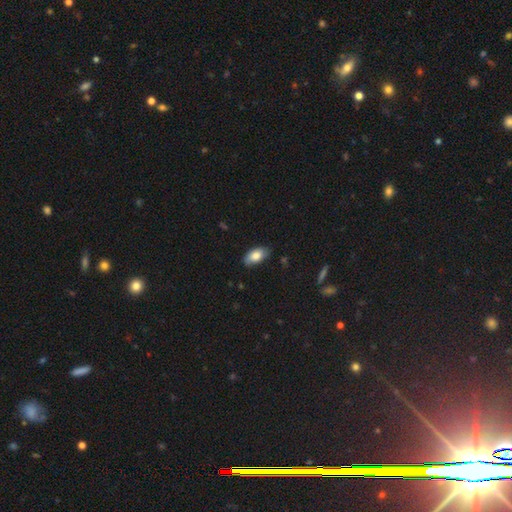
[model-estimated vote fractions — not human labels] smooth 81%, featured or disk 12%, star or artifact 6%. Down the decision tree: how rounded — in between (93%); merging — none (83%).